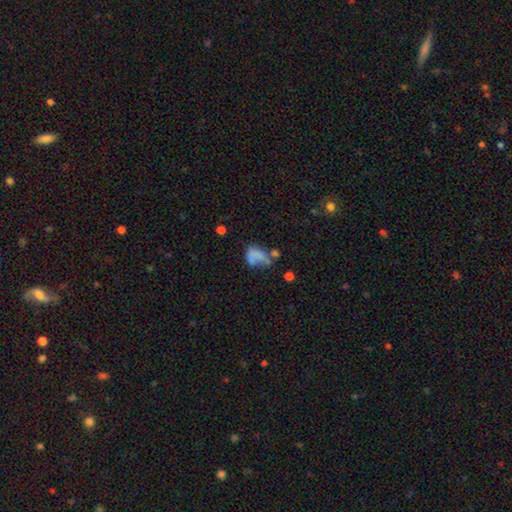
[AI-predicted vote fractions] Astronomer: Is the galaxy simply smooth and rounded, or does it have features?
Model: smooth — 59%.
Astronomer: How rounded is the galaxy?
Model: in between — 78%.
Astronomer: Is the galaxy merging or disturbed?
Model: major disturbance — 36% (runner-up: none, 23%).